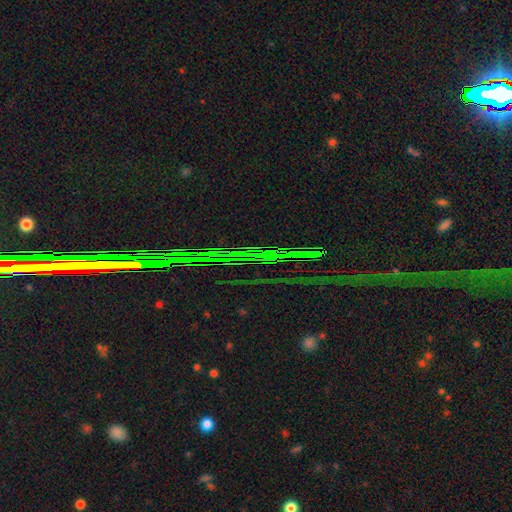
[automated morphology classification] type=star or artifact (83%).